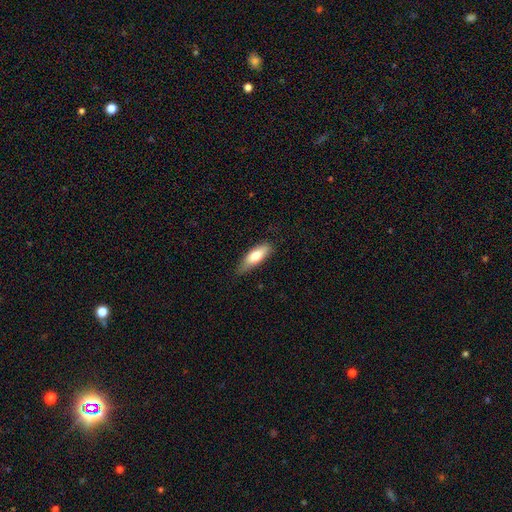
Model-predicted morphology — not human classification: The model was most divided on "how rounded": in between: 59%, cigar-shaped: 38%, round: 2%. More confident: merging — none (73%); smooth or featured — smooth (71%).